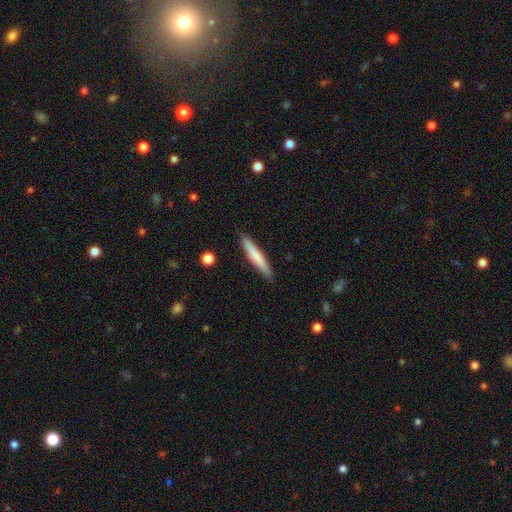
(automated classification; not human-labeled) Overall: smooth (71%). How rounded: cigar-shaped (93%). Merging: none (88%).